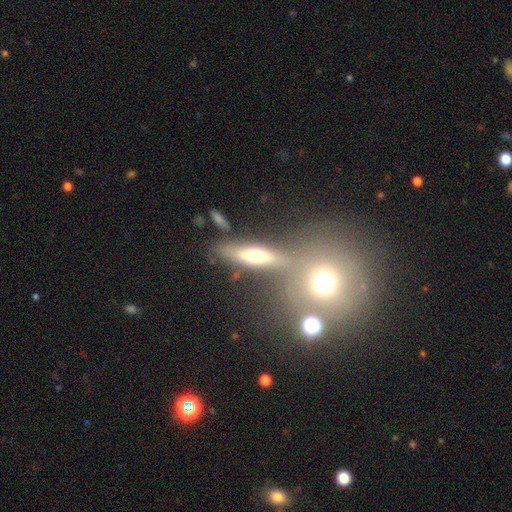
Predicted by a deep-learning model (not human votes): Smooth or featured? Predicted: smooth (p=0.46). Merging? Predicted: none (p=0.61).